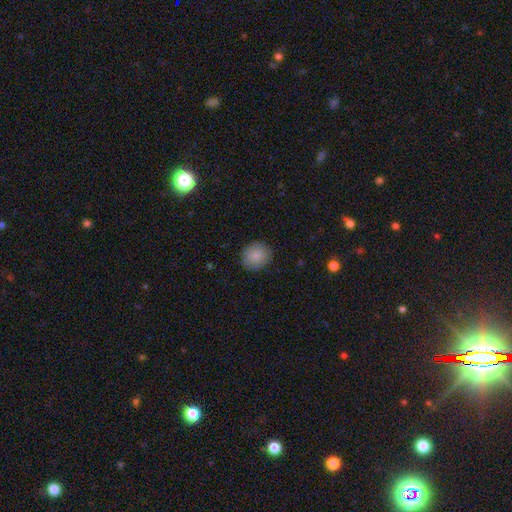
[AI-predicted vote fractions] Q: Smooth or featured?
A: smooth (87%); runner-up: star or artifact (8%)
Q: How rounded?
A: round (84%); runner-up: in between (15%)
Q: Merging?
A: none (88%); runner-up: minor disturbance (9%)